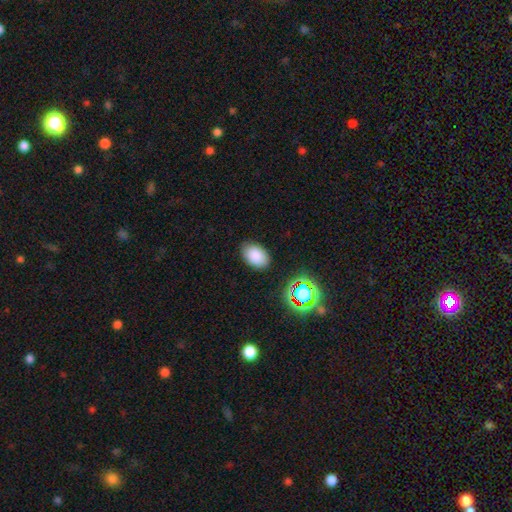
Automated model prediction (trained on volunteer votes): Smooth or featured: smooth — 83% (star or artifact — 11%)
How rounded: in between — 86% (round — 13%)
Merging: none — 82% (minor disturbance — 13%)